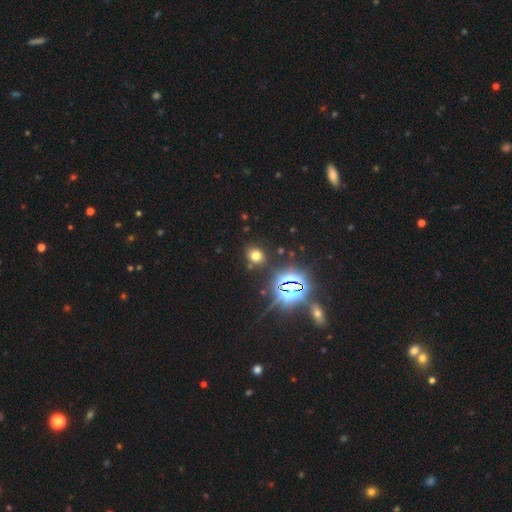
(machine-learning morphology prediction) smooth-or-featured: smooth: 61% | star or artifact: 30% | featured or disk: 9%
  how-rounded: round: 62% | in between: 37% | cigar-shaped: 1%
  merging: none: 83% | minor disturbance: 10% | merger: 4% | major disturbance: 3%